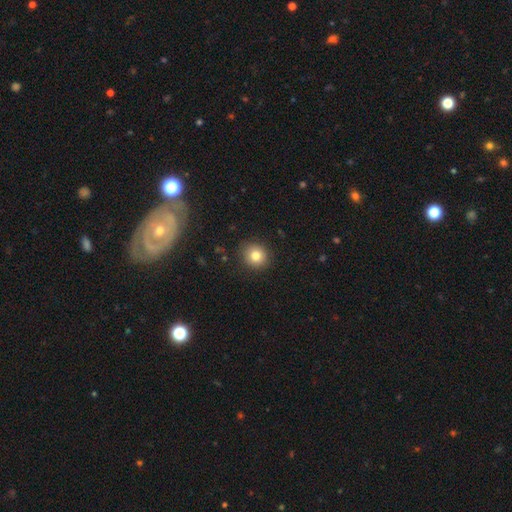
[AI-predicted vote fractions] A smooth galaxy with no disk features (81%) that is round (85%).

Vote fractions:
- Smooth or featured? smooth: 81% / star or artifact: 11% / featured or disk: 9%
- How rounded? round: 85% / in between: 15% / cigar-shaped: 1%
- Merging? none: 88% / minor disturbance: 8% / major disturbance: 2% / merger: 1%